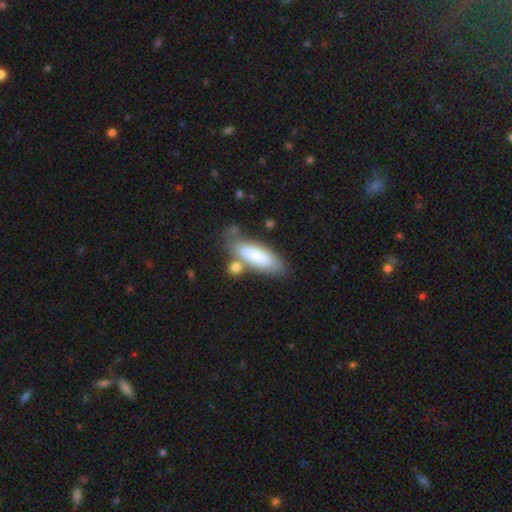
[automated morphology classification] type=smooth (79%); roundness=in between (53%); merging=none (58%).